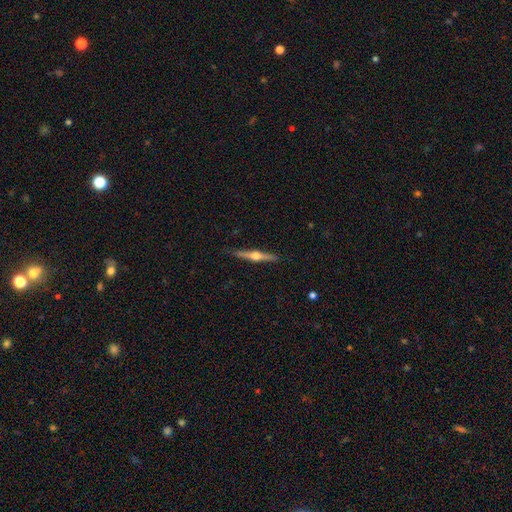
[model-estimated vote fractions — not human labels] featured or disk 76%, smooth 19%, star or artifact 5%. Down the decision tree: edge-on disk — yes (98%); edge-on bulge — rounded (95%); merging — none (89%).